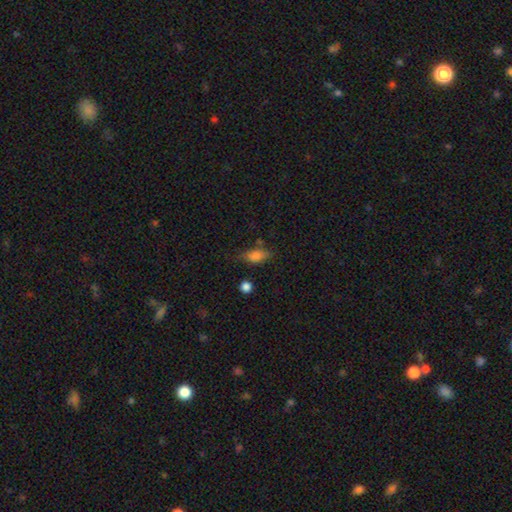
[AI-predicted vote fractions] Smooth or featured? smooth (80%)
How rounded? in between (82%)
Merging? none (62%)